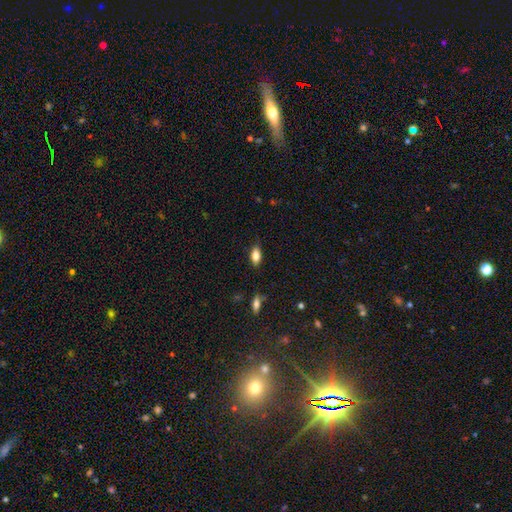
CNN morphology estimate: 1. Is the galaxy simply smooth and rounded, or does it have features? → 79% smooth, 13% featured or disk, 8% star or artifact.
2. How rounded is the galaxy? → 85% in between, 11% cigar-shaped, 4% round.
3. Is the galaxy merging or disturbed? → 81% none, 14% minor disturbance, 3% major disturbance, 1% merger.